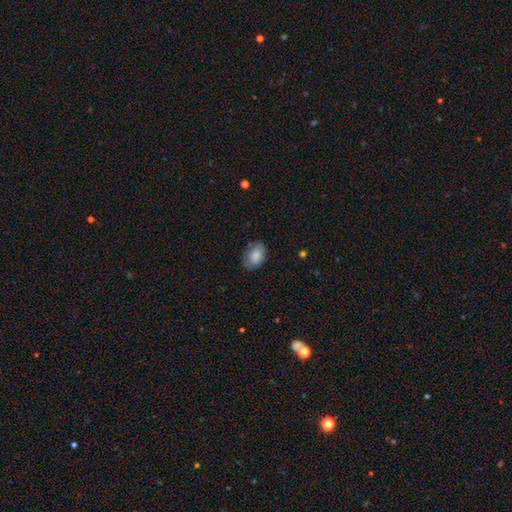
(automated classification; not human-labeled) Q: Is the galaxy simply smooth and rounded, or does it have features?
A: smooth — 84%.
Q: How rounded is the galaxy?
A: in between — 85%.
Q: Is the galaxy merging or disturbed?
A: none — 71%.